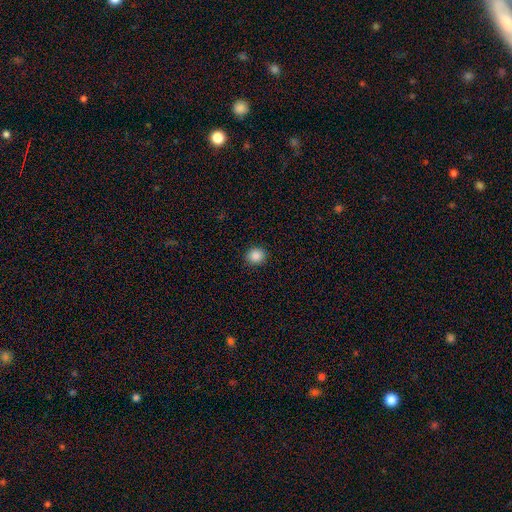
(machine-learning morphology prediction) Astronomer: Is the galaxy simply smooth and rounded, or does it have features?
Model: smooth — 87%.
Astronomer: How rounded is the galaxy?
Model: round — 83%.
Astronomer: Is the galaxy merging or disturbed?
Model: none — 91%.